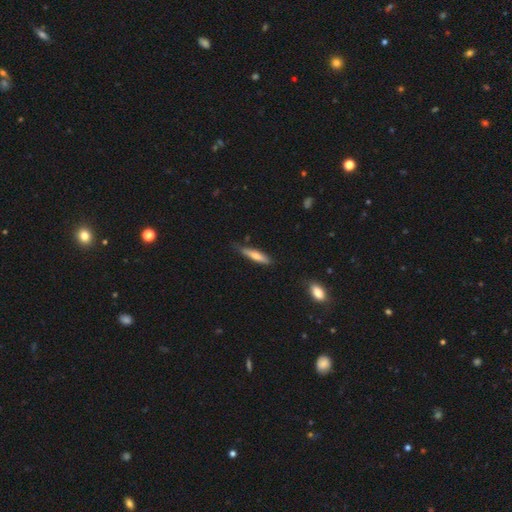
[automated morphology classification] The model was most divided on "smooth or featured": smooth: 59%, featured or disk: 35%, star or artifact: 6%. More confident: how rounded — cigar-shaped (85%); merging — none (74%).